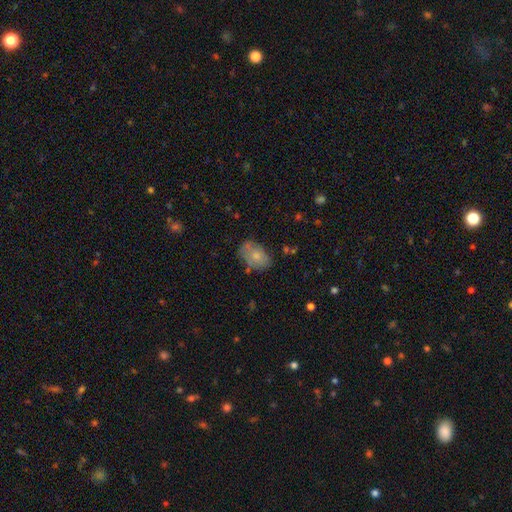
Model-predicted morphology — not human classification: The model was most divided on "merging": none: 60%, minor disturbance: 27%, major disturbance: 8%, merger: 5%. More confident: how rounded — in between (85%); smooth or featured — smooth (72%).